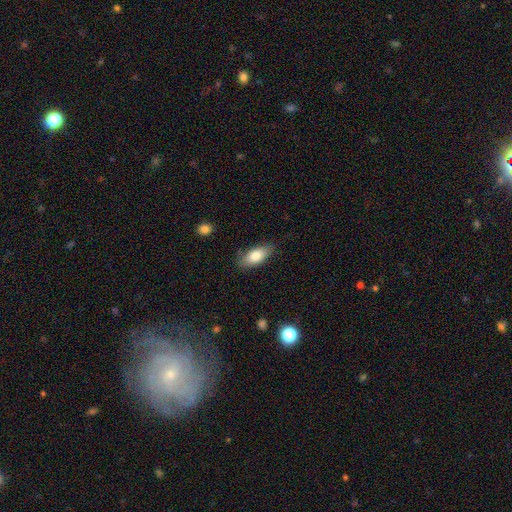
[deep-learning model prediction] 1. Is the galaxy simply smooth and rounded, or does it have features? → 80% smooth, 13% featured or disk, 7% star or artifact.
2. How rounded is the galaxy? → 86% in between, 11% cigar-shaped, 3% round.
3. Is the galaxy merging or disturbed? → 82% none, 14% minor disturbance, 3% major disturbance, 1% merger.